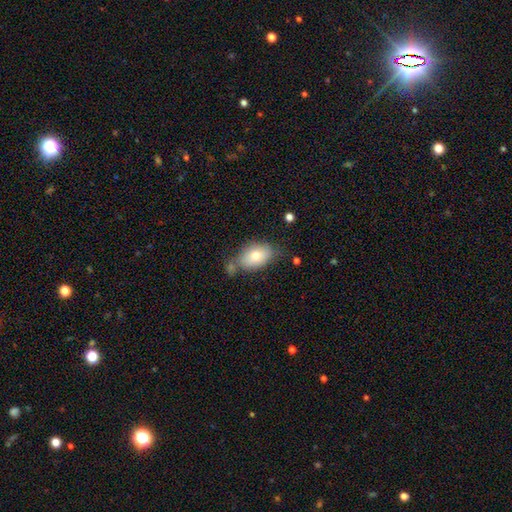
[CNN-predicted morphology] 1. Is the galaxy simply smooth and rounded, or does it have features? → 73% smooth, 19% featured or disk, 8% star or artifact.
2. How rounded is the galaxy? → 87% in between, 12% round, 2% cigar-shaped.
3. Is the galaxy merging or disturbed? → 59% none, 21% minor disturbance, 13% merger, 6% major disturbance.